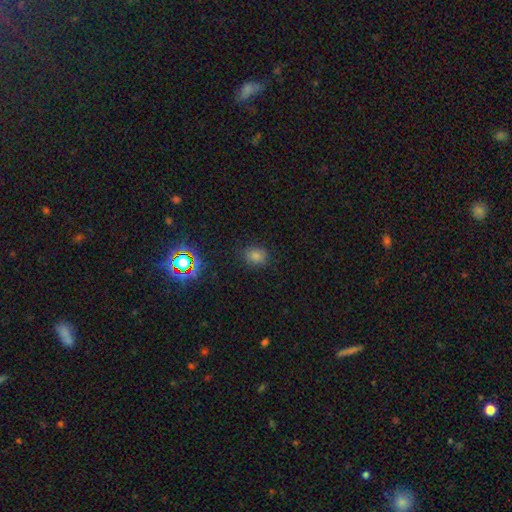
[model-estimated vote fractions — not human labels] smooth_or_featured: smooth (p=0.70) [alt: star or artifact p=0.24]
how_rounded: round (p=0.59) [alt: in between p=0.40]
merging: none (p=0.84) [alt: minor disturbance p=0.12]